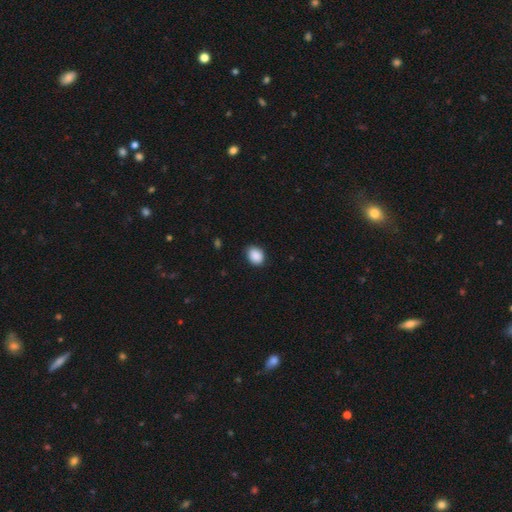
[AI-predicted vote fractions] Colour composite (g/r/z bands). It shows a smooth galaxy with no disk features (89%) that is in between round and cigar-shaped (56%). Merging: none (83%).